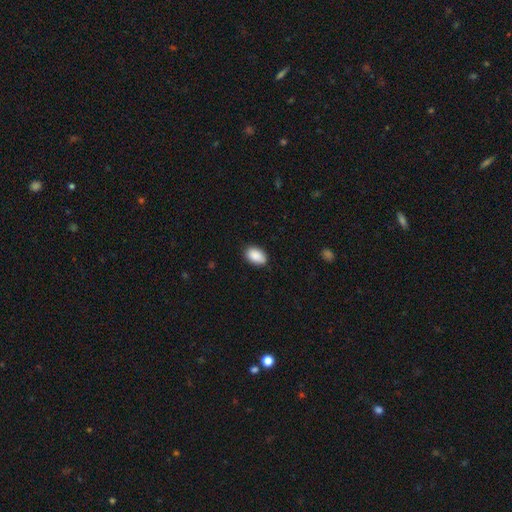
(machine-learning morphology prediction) Overall: smooth (90%). How rounded: in between (90%). Merging: none (83%).